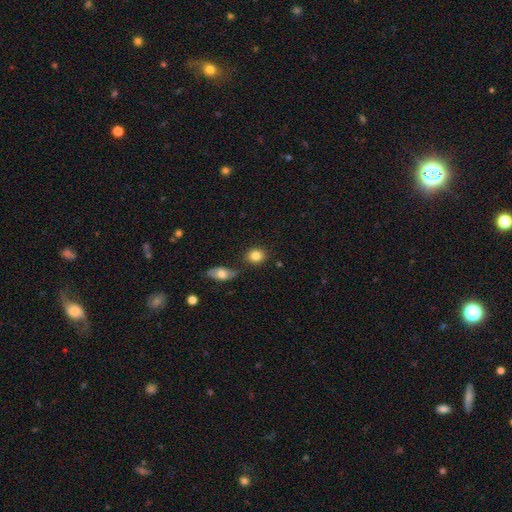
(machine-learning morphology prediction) A smooth galaxy with no disk features (82%) that is round (65%).

Vote fractions:
- Smooth or featured? smooth: 82% / star or artifact: 9% / featured or disk: 9%
- How rounded? round: 65% / in between: 34% / cigar-shaped: 1%
- Merging? none: 73% / merger: 12% / minor disturbance: 11% / major disturbance: 3%